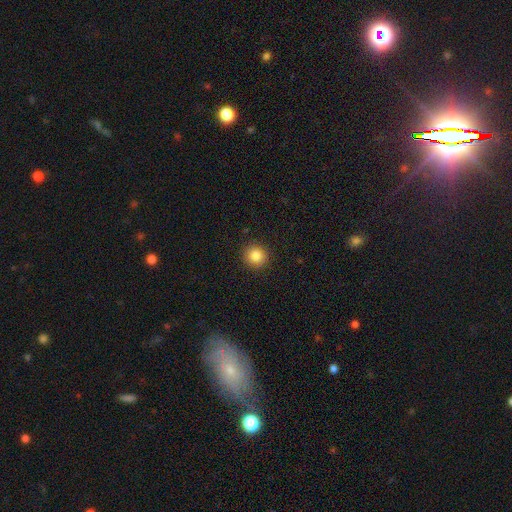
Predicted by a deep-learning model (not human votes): A smooth galaxy with no disk features (85%) that is round (93%).

Vote fractions:
- Smooth or featured? smooth: 85% / star or artifact: 11% / featured or disk: 5%
- How rounded? round: 93% / in between: 6% / cigar-shaped: 1%
- Merging? none: 91% / minor disturbance: 6% / major disturbance: 2% / merger: 1%